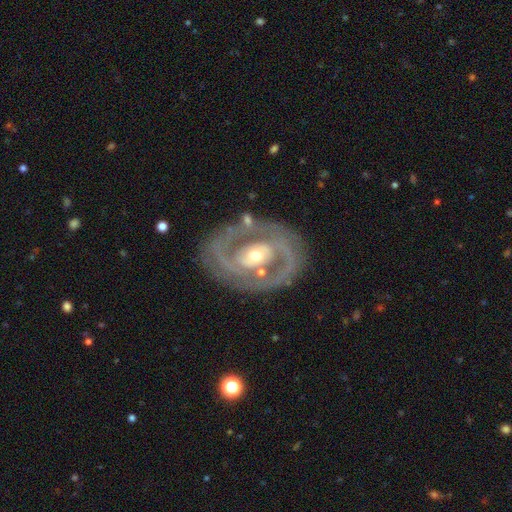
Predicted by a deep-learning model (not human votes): Q: Smooth or featured?
A: featured or disk (87%); runner-up: smooth (8%)
Q: Edge-on disk?
A: no (96%); runner-up: yes (4%)
Q: Bar?
A: no (48%); runner-up: weak (31%)
Q: Spiral arms?
A: yes (88%); runner-up: no (12%)
Q: Spiral winding?
A: tight (52%); runner-up: medium (39%)
Q: Spiral arm count?
A: 2 (82%); runner-up: can't tell (7%)
Q: Bulge size?
A: moderate (60%); runner-up: small (32%)
Q: Merging?
A: none (79%); runner-up: minor disturbance (13%)